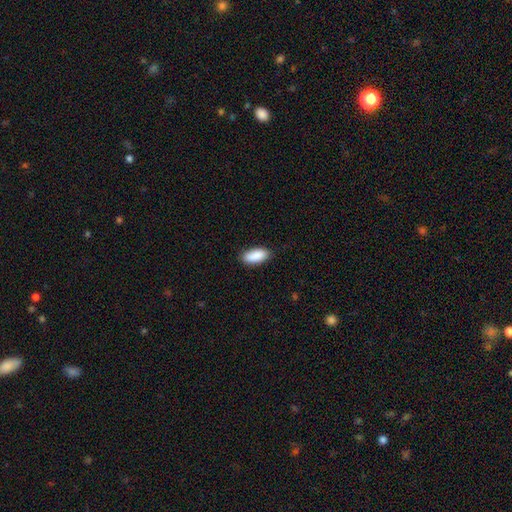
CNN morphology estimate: This appears to be a smooth galaxy with no disk features (90%) that is in between round and cigar-shaped (87%). Merging: none (86%).